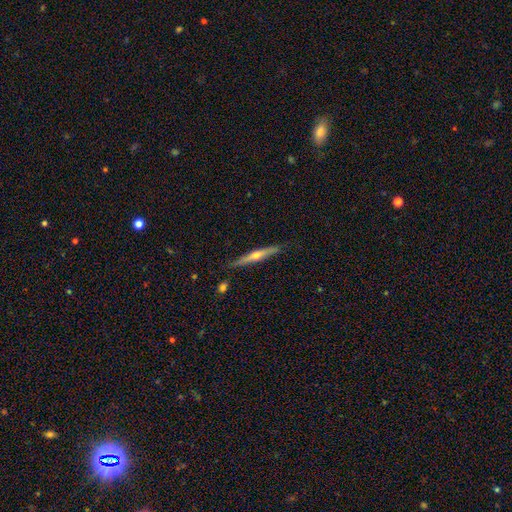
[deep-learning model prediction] smooth-or-featured: featured or disk: 72% | smooth: 22% | star or artifact: 6%
  disk-edge-on: yes: 97% | no: 3%
    edge-on-bulge: rounded: 87% | none: 9% | boxy: 3%
  merging: none: 87% | minor disturbance: 10% | major disturbance: 2% | merger: 2%